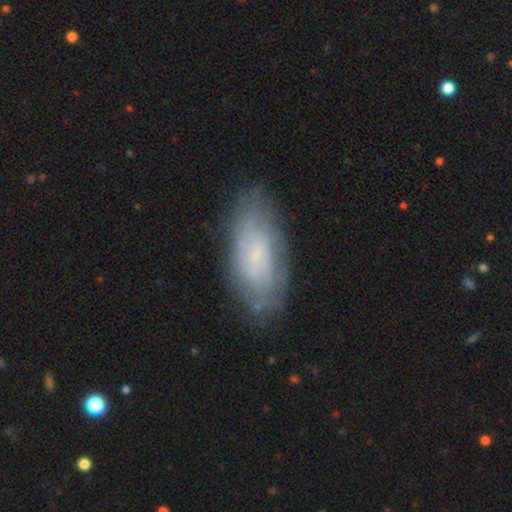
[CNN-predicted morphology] A featured or disk galaxy (49%).

Vote fractions:
- Smooth or featured? featured or disk: 49% / smooth: 42% / star or artifact: 8%
- Merging? none: 75% / minor disturbance: 18% / major disturbance: 5% / merger: 2%